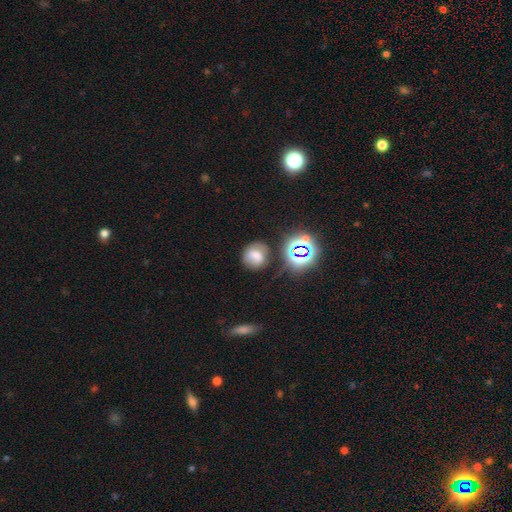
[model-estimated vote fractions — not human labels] The model was most divided on "smooth or featured": smooth: 61%, star or artifact: 20%, featured or disk: 19%. More confident: how rounded — round (76%); merging — none (67%).